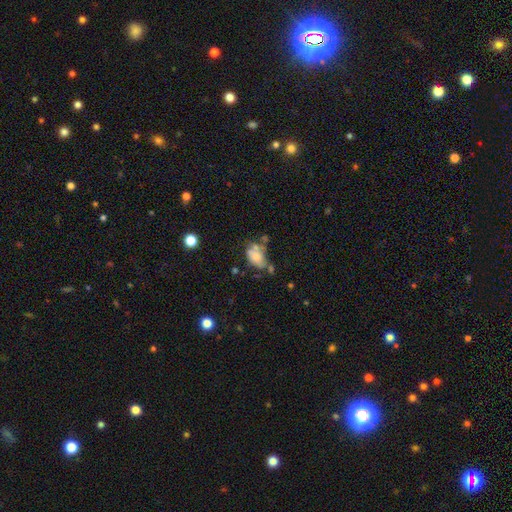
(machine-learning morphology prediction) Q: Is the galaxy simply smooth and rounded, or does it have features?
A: smooth — 60%.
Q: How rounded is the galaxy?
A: in between — 83%.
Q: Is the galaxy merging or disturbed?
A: none — 30%.